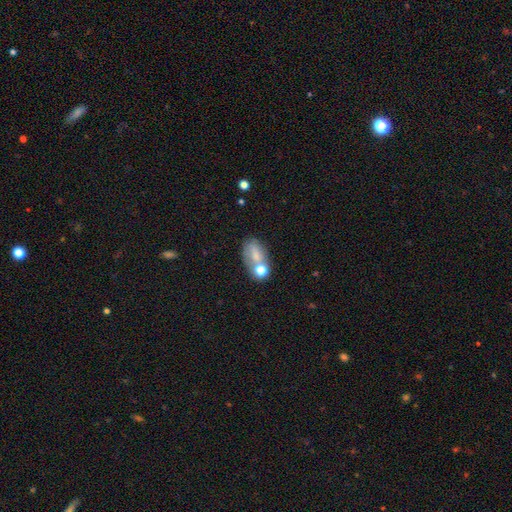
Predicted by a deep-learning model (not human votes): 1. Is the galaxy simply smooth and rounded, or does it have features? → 66% smooth, 22% featured or disk, 13% star or artifact.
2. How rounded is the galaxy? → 82% in between, 15% round, 3% cigar-shaped.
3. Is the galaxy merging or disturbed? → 42% none, 28% merger, 19% minor disturbance, 11% major disturbance.